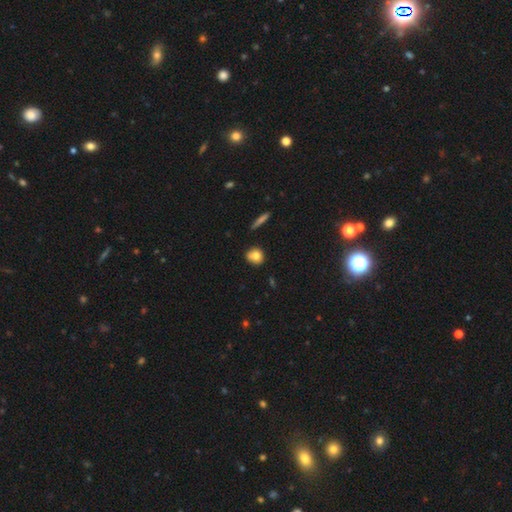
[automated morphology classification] smooth 78%, featured or disk 13%, star or artifact 10%. Down the decision tree: how rounded — round (80%); merging — none (73%).